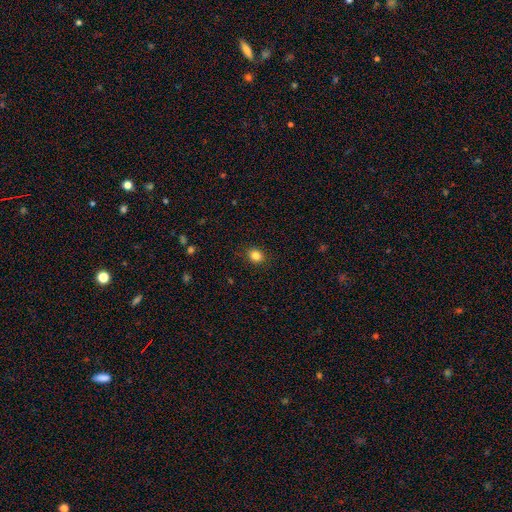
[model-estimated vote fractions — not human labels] smooth 84%, star or artifact 11%, featured or disk 5%. Down the decision tree: how rounded — round (60%); merging — none (88%).